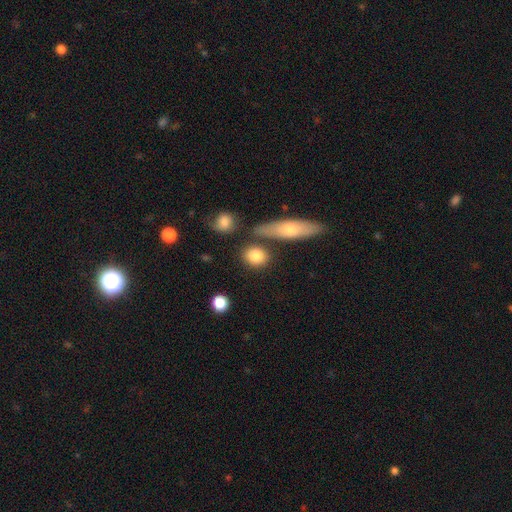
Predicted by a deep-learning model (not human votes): smooth-or-featured: smooth: 82% | featured or disk: 10% | star or artifact: 8%
  how-rounded: round: 64% | in between: 31% | cigar-shaped: 5%
  merging: none: 75% | merger: 11% | minor disturbance: 11% | major disturbance: 4%